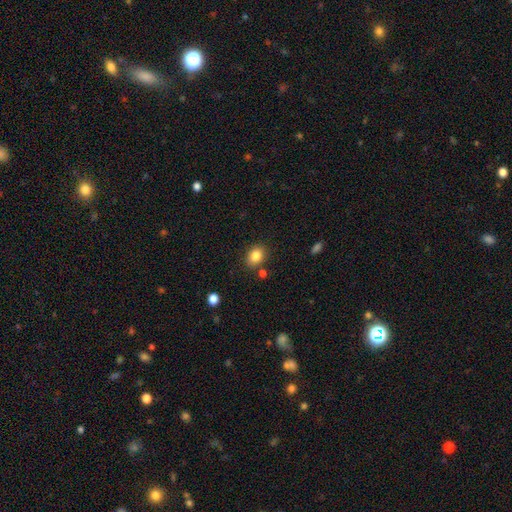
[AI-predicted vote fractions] The model was most divided on "how rounded": in between: 59%, round: 40%, cigar-shaped: 1%. More confident: smooth or featured — smooth (84%); merging — none (82%).